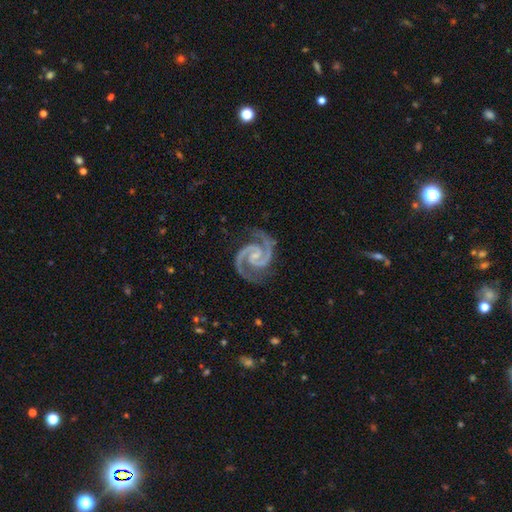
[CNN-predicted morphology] Smooth or featured? Predicted: featured or disk (p=0.95). Edge-on disk? Predicted: no (p=0.99). Bar? Predicted: no (p=0.44). Spiral arms? Predicted: yes (p=0.99). Spiral winding? Predicted: medium (p=0.55). Spiral arm count? Predicted: 2 (p=0.95). Bulge size? Predicted: small (p=0.59). Merging? Predicted: none (p=0.81).